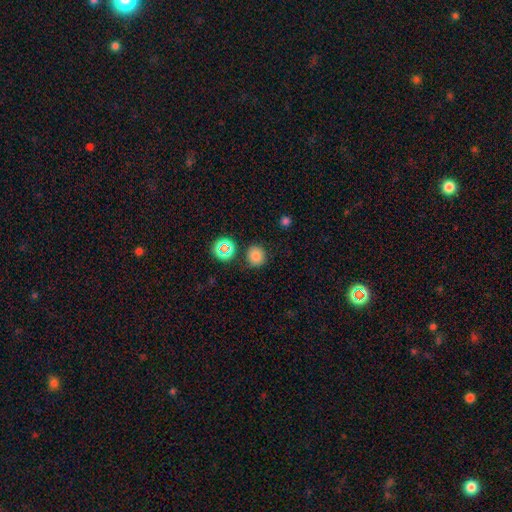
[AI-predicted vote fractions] Smooth or featured: smooth — 77% (star or artifact — 17%)
How rounded: round — 87% (in between — 12%)
Merging: none — 86% (minor disturbance — 9%)